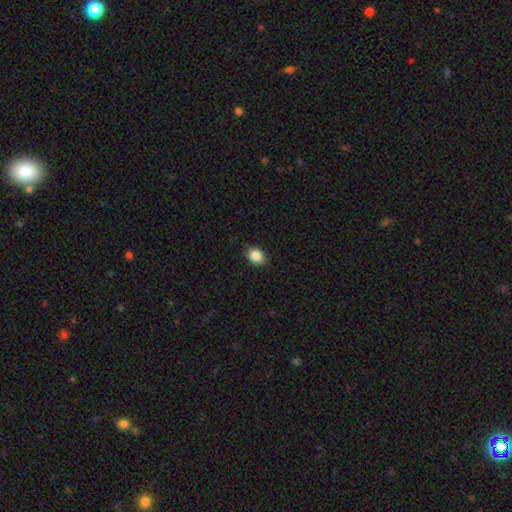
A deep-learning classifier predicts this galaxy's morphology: smooth 87%, star or artifact 8%, featured or disk 5%. Down the decision tree: how rounded — in between (74%); merging — none (86%).